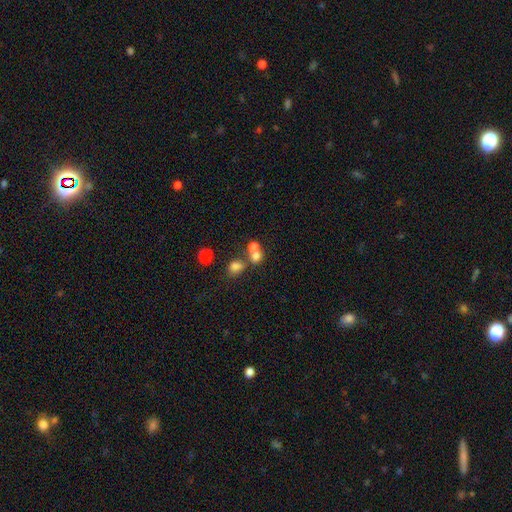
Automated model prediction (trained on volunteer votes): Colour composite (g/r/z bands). It shows a smooth galaxy with no disk features (71%) that is round (69%). Merging: merger (53%).